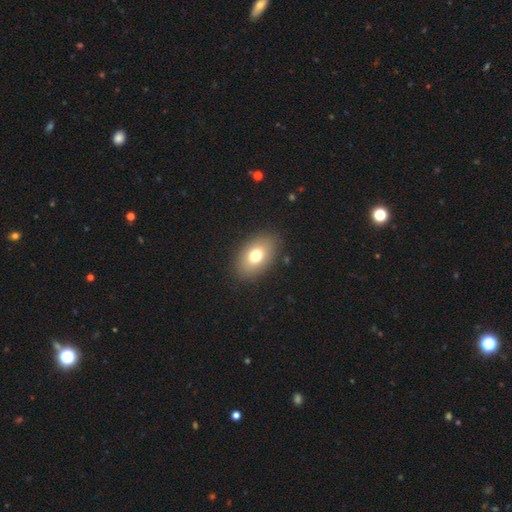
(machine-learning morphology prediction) Overall: smooth (75%). How rounded: in between (89%). Merging: none (87%).